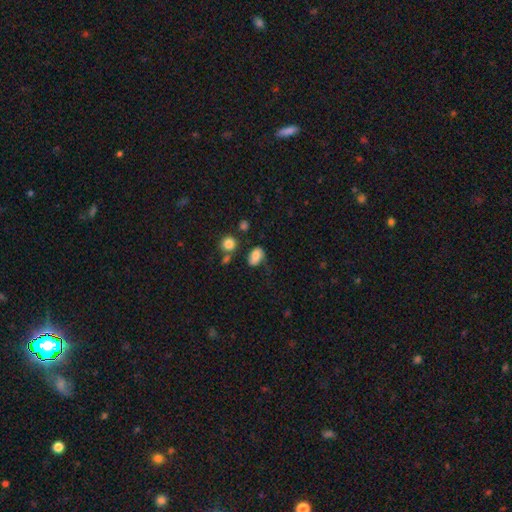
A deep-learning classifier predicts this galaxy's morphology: This is likely a smooth galaxy (71%). How rounded: clearly in between (82%). Merging: possibly none (49%).